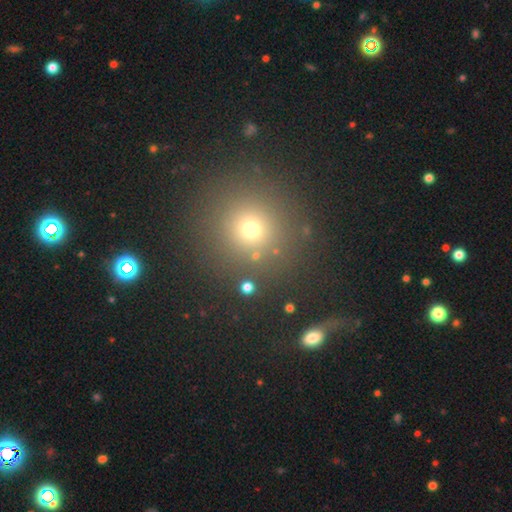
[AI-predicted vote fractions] smooth_or_featured: smooth (p=0.67) [alt: star or artifact p=0.24]
how_rounded: round (p=0.92) [alt: in between p=0.07]
merging: none (p=0.84) [alt: minor disturbance p=0.07]